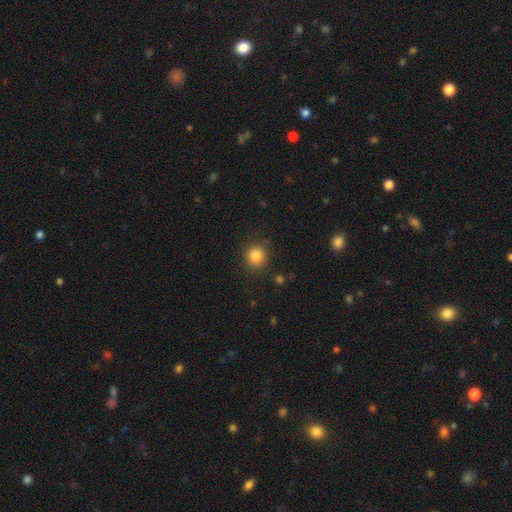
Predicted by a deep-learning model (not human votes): smooth-or-featured: smooth: 85% | star or artifact: 11% | featured or disk: 4%
  how-rounded: round: 90% | in between: 9% | cigar-shaped: 1%
  merging: none: 86% | minor disturbance: 9% | major disturbance: 3% | merger: 2%